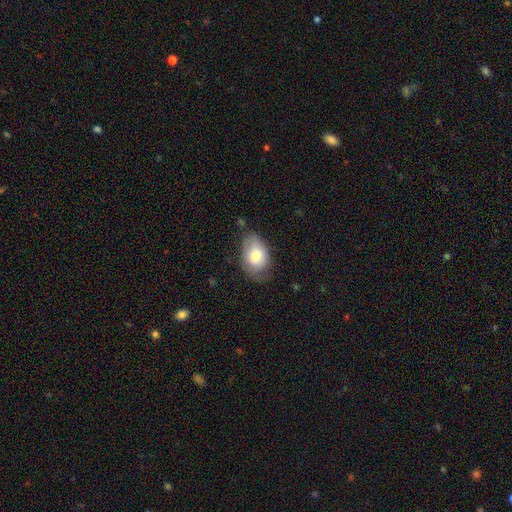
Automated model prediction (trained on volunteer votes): Morphology: type=smooth (72%); roundness=in between (88%); merging=none (58%).